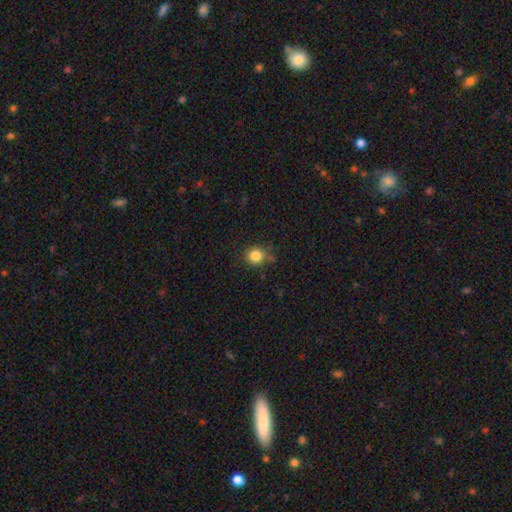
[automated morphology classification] A smooth galaxy with no disk features (84%) that is round (87%). Merging: none (77%).